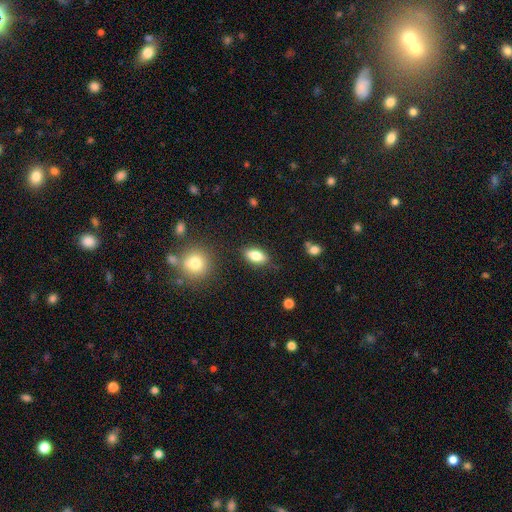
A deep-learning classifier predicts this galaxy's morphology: Smooth or featured: smooth — 78% (featured or disk — 14%)
How rounded: in between — 86% (cigar-shaped — 9%)
Merging: none — 84% (minor disturbance — 11%)